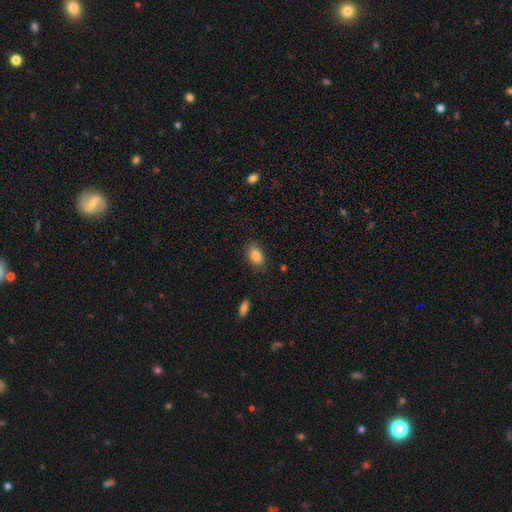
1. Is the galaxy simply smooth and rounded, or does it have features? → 97% smooth, 3% featured or disk, 0% star or artifact.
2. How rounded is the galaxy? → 94% in between, 6% round, 0% cigar-shaped.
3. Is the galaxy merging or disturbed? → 92% none, 8% minor disturbance, 0% major disturbance, 0% merger.